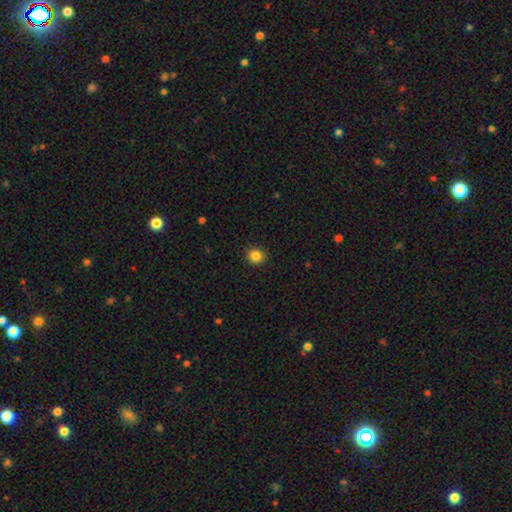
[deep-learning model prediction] This is clearly a smooth galaxy (85%). How rounded: clearly round (87%). Merging: clearly none (92%).